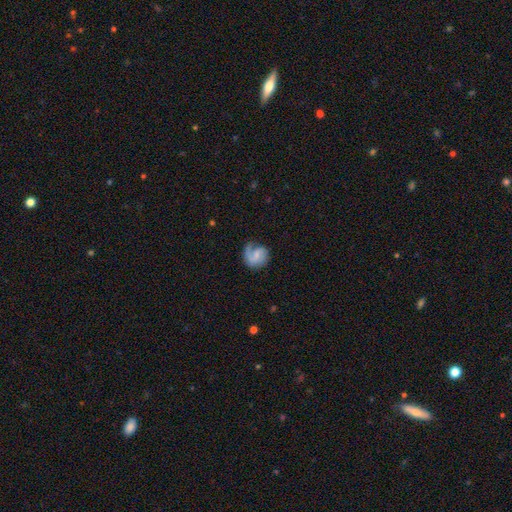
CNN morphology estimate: The model was most divided on "bar" (2-way tie): no: 45%, weak: 45%, strong: 11%. Remaining: edge-on disk — no (98%); spiral arms — yes (90%); smooth or featured — featured or disk (61%); spiral arm count — 1 (56%); merging — none (55%); bulge size — small (47%); spiral winding — medium (40%).